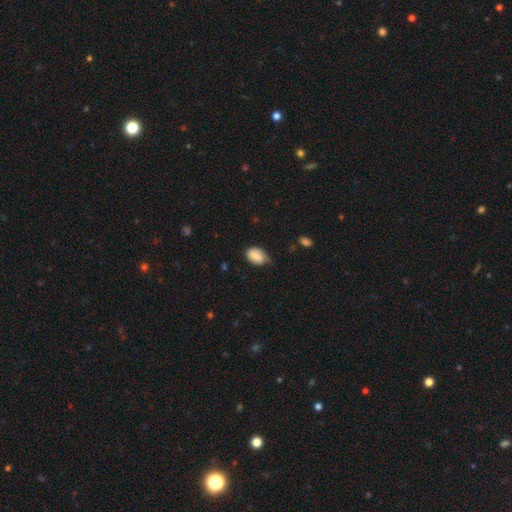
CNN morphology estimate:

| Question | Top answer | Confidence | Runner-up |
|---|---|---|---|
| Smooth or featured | smooth | 79% | featured or disk (14%) |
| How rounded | in between | 80% | round (19%) |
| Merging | none | 49% | minor disturbance (39%) |